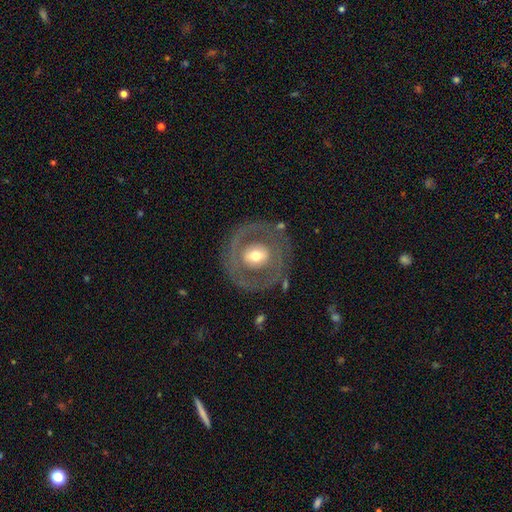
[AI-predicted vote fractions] Overall: featured or disk (62%; smooth 32%). Edge-on disk: no (95%). Bar: no (64%; weak 24%). Spiral arms: no (74%). Bulge size: moderate (65%). Merging: none (77%).